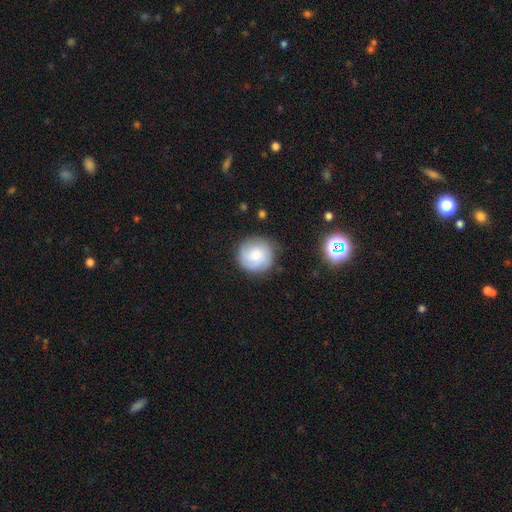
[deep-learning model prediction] Smooth or featured: smooth — 63% (featured or disk — 29%)
How rounded: round — 92% (in between — 7%)
Merging: none — 79% (minor disturbance — 15%)